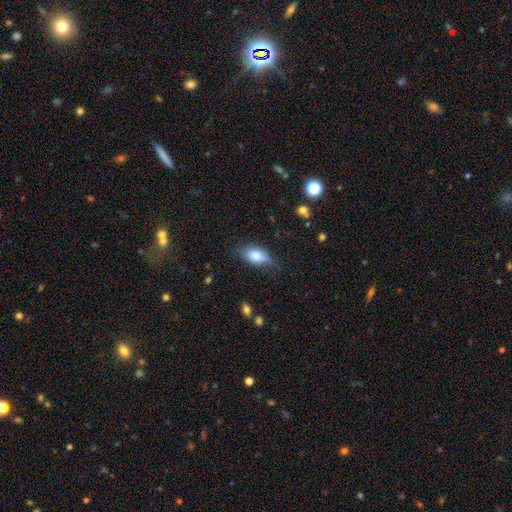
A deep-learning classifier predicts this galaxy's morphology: smooth 77%, featured or disk 16%, star or artifact 7%. Down the decision tree: how rounded — in between (89%); merging — none (64%).